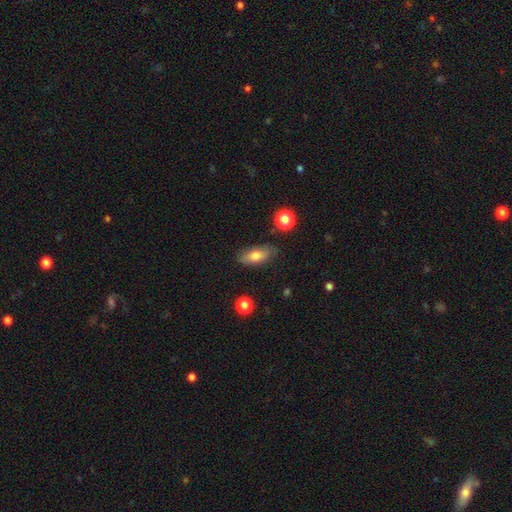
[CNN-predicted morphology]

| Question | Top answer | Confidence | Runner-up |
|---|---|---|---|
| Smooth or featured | smooth | 75% | featured or disk (17%) |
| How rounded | in between | 78% | cigar-shaped (18%) |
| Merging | none | 80% | minor disturbance (14%) |